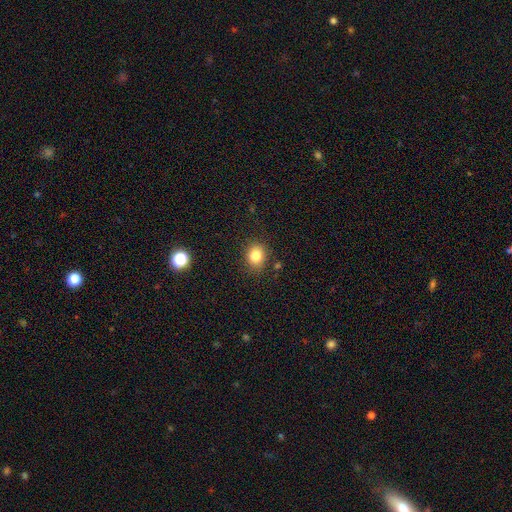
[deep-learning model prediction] The model was most divided on "how rounded": round: 64%, in between: 35%, cigar-shaped: 1%. More confident: merging — none (84%); smooth or featured — smooth (82%).